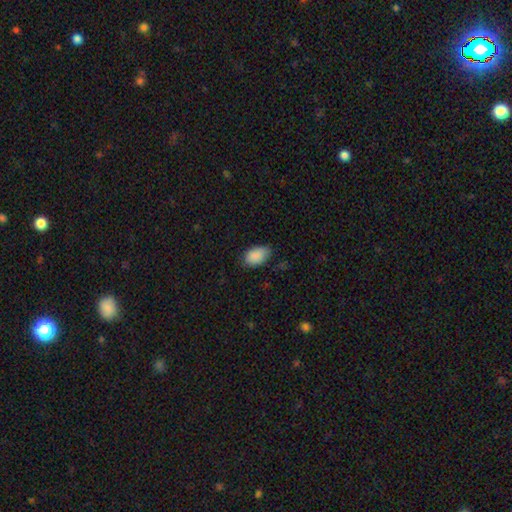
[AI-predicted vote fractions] A smooth galaxy with no disk features (89%) that is in between round and cigar-shaped (91%).

Vote fractions:
- Smooth or featured? smooth: 89% / star or artifact: 7% / featured or disk: 4%
- How rounded? in between: 91% / round: 7% / cigar-shaped: 1%
- Merging? none: 72% / minor disturbance: 23% / major disturbance: 4% / merger: 1%